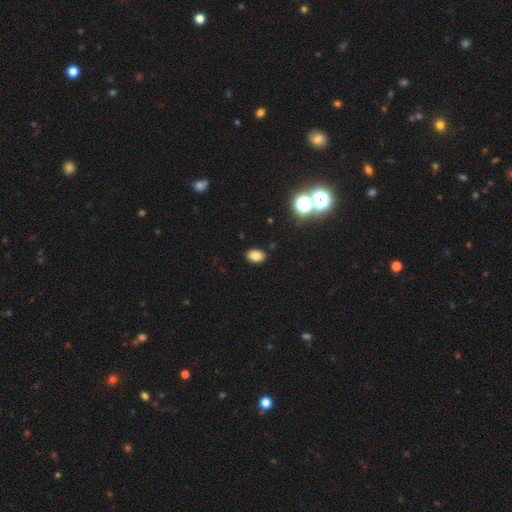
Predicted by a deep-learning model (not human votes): Overall: smooth (83%). How rounded: in between (84%). Merging: none (89%).